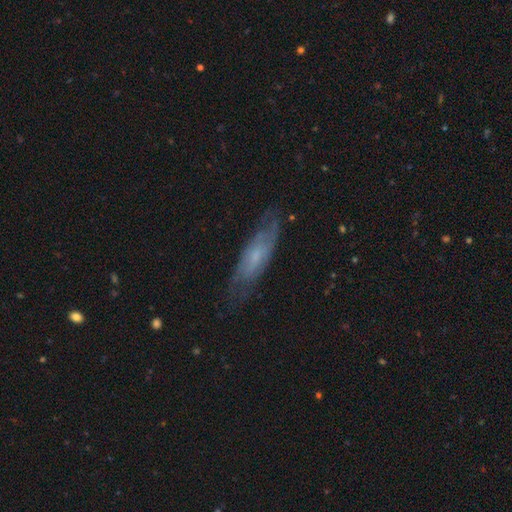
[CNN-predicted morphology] A featured or disk galaxy (56%). Merging: none (70%).